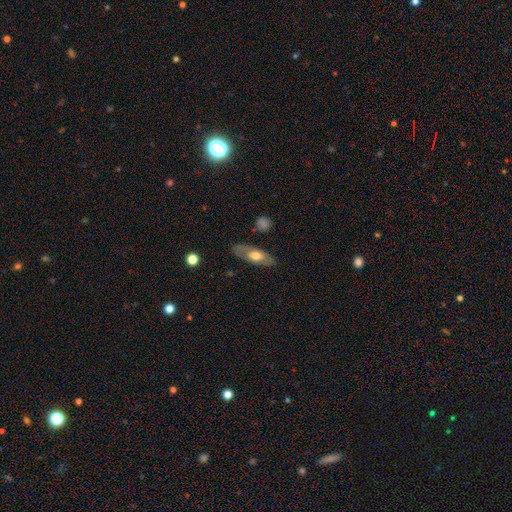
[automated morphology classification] Smooth or featured? Predicted: featured or disk (p=0.48). Merging? Predicted: none (p=0.78).